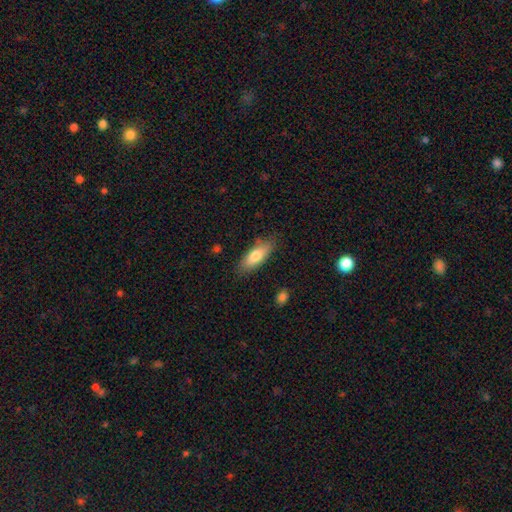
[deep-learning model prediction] smooth 78%, featured or disk 16%, star or artifact 6%. Down the decision tree: how rounded — in between (70%); merging — none (81%).